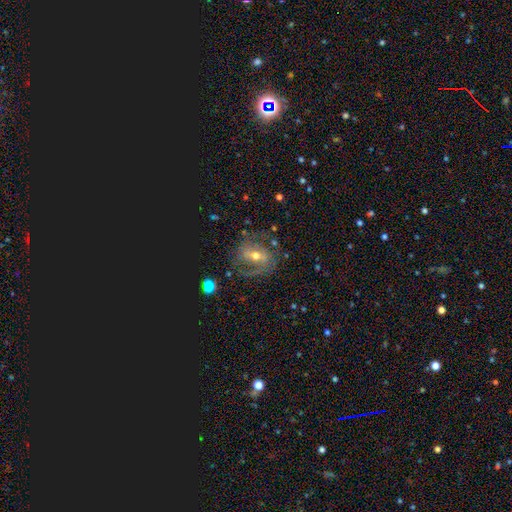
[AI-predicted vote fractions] Smooth or featured? Predicted: featured or disk (p=0.73). Edge-on disk? Predicted: no (p=0.95). Bar? Predicted: weak (p=0.42). Spiral arms? Predicted: yes (p=0.78). Spiral winding? Predicted: medium (p=0.46). Spiral arm count? Predicted: 2 (p=0.69). Bulge size? Predicted: moderate (p=0.68). Merging? Predicted: none (p=0.65).